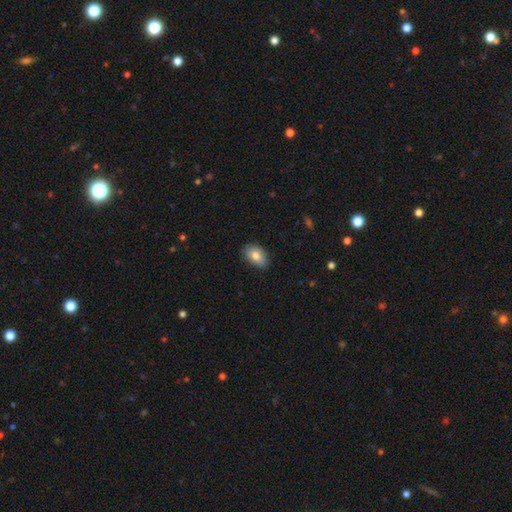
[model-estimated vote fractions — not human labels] Smooth or featured? smooth (81%)
How rounded? in between (87%)
Merging? none (82%)